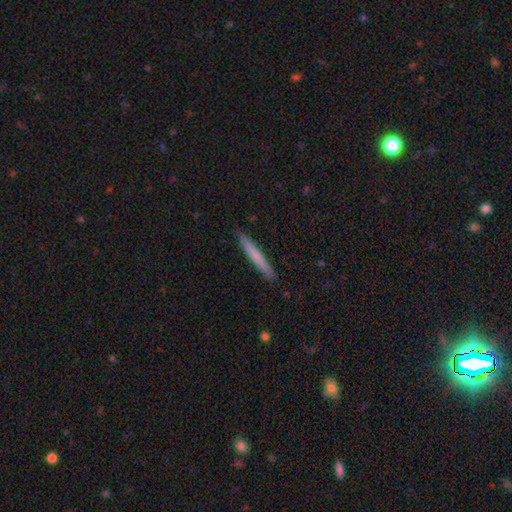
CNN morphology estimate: Smooth or featured?
  - smooth: 68% *
  - featured or disk: 27%
  - star or artifact: 5%
How rounded?
  - cigar-shaped: 96% *
  - in between: 2%
  - round: 1%
Merging?
  - none: 91% *
  - minor disturbance: 7%
  - major disturbance: 1%
  - merger: 1%